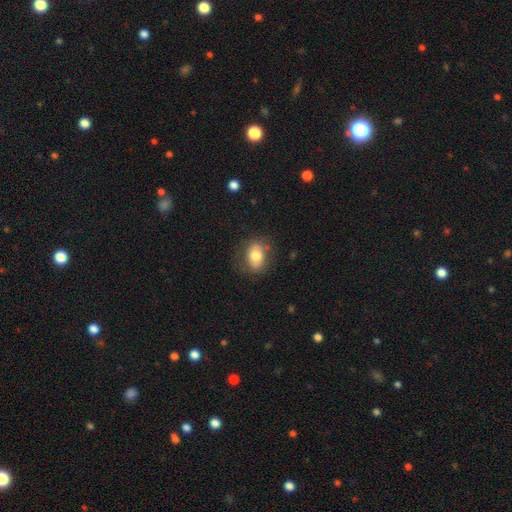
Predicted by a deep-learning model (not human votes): A smooth galaxy with no disk features (74%) that is in between round and cigar-shaped (69%).

Vote fractions:
- Smooth or featured? smooth: 74% / featured or disk: 18% / star or artifact: 8%
- How rounded? in between: 69% / round: 30% / cigar-shaped: 1%
- Merging? none: 75% / minor disturbance: 17% / major disturbance: 7% / merger: 1%